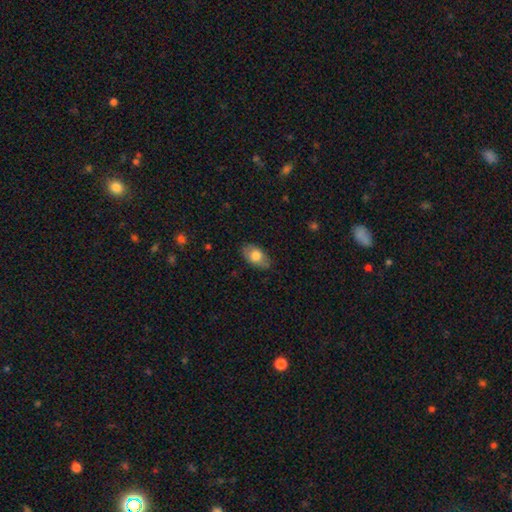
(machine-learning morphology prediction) Smooth or featured: smooth — 74% (featured or disk — 19%)
How rounded: in between — 92% (round — 6%)
Merging: none — 81% (minor disturbance — 15%)